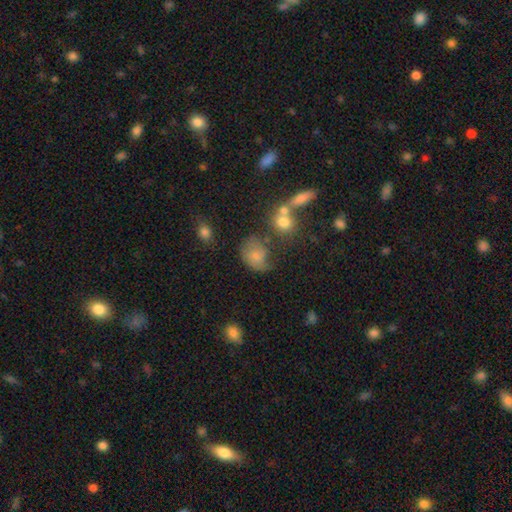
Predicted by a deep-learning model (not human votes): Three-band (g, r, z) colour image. It shows a smooth galaxy with no disk features (62%) that is in between round and cigar-shaped (50%). Merging: none (40%).